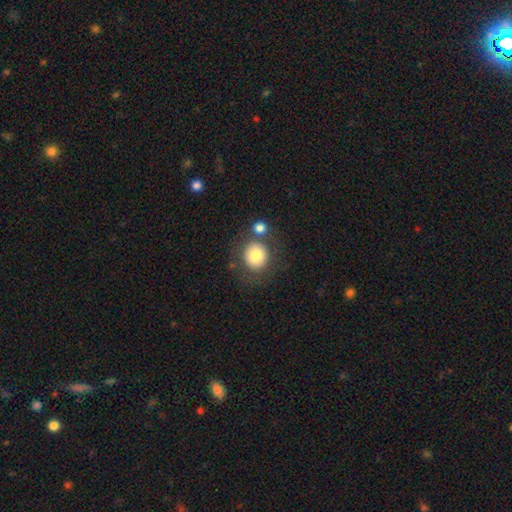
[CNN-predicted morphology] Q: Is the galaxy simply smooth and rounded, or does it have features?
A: smooth — 79%.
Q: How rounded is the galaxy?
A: round — 87%.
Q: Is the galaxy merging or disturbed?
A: none — 68%.